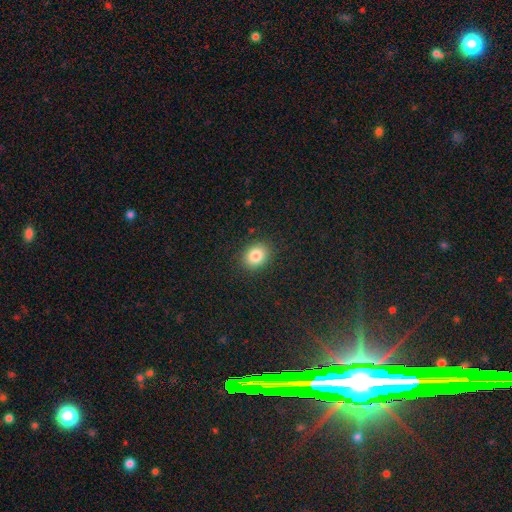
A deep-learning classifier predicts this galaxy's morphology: type=smooth (83%); roundness=round (53%); merging=none (89%).